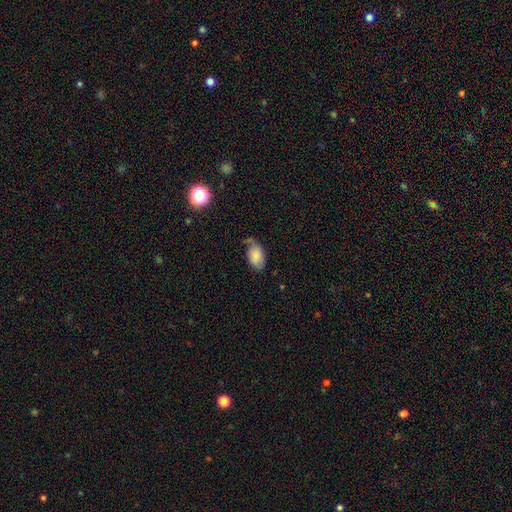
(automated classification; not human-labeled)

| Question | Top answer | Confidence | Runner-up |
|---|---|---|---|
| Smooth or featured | smooth | 76% | featured or disk (16%) |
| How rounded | in between | 93% | round (6%) |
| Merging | none | 45% | minor disturbance (36%) |